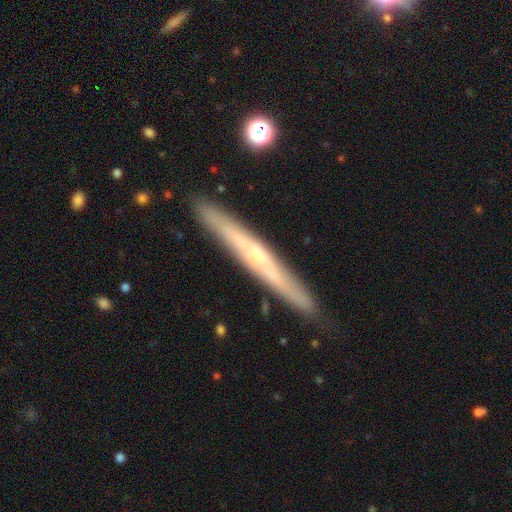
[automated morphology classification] Smooth or featured?
  - featured or disk: 66% *
  - smooth: 28%
  - star or artifact: 6%
Edge-on disk?
  - yes: 94% *
  - no: 6%
Edge-on bulge?
  - none: 48% * (tied)
  - rounded: 48% * (tied)
  - boxy: 4%
Merging?
  - none: 89% *
  - minor disturbance: 8%
  - major disturbance: 1%
  - merger: 1%